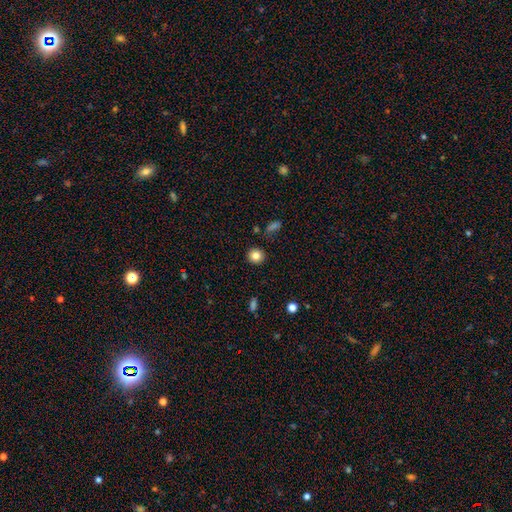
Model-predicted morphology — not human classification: smooth 83%, star or artifact 10%, featured or disk 6%. Down the decision tree: how rounded — round (90%); merging — none (91%).